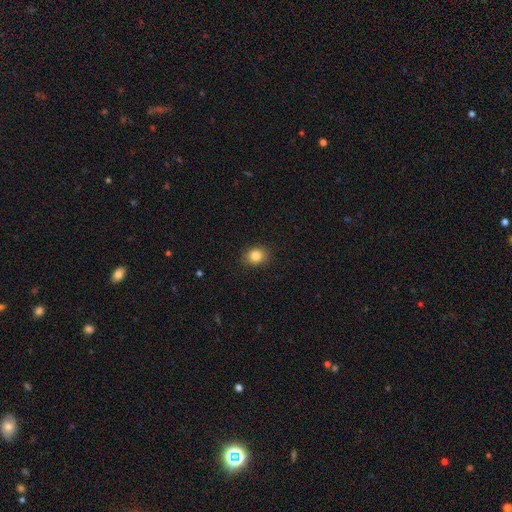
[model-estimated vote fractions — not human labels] A smooth galaxy with no disk features (84%) that is round (61%).

Vote fractions:
- Smooth or featured? smooth: 84% / star or artifact: 11% / featured or disk: 6%
- How rounded? round: 61% / in between: 38% / cigar-shaped: 1%
- Merging? none: 88% / minor disturbance: 9% / major disturbance: 2% / merger: 1%